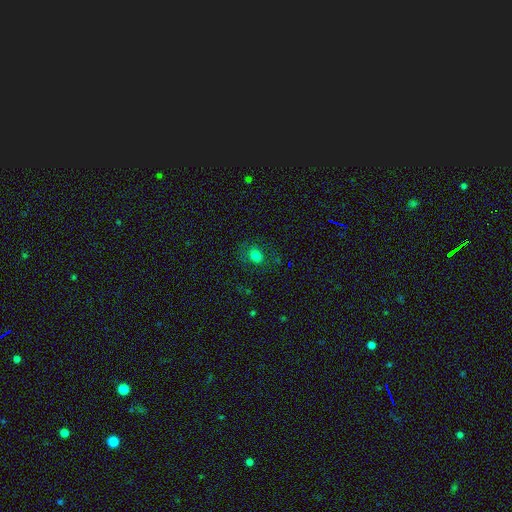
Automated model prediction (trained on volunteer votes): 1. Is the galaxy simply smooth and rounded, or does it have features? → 77% smooth, 15% star or artifact, 8% featured or disk.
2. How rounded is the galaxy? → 65% round, 34% in between, 1% cigar-shaped.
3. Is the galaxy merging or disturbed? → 79% none, 13% minor disturbance, 7% major disturbance, 1% merger.